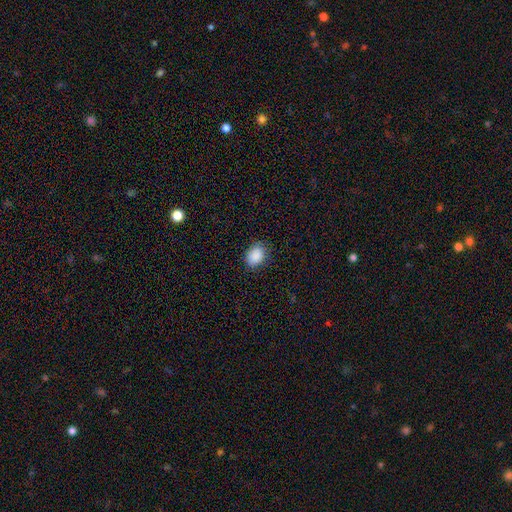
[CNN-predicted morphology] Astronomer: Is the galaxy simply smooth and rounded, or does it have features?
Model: smooth — 89%.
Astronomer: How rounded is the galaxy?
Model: in between — 66%.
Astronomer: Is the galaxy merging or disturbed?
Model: none — 82%.